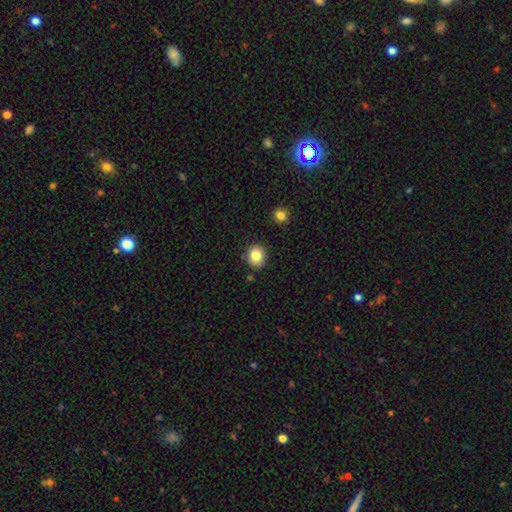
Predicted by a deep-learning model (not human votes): Smooth or featured?
  - smooth: 81% *
  - star or artifact: 10%
  - featured or disk: 9%
How rounded?
  - round: 76% *
  - in between: 23%
  - cigar-shaped: 1%
Merging?
  - none: 88% *
  - minor disturbance: 8%
  - merger: 3%
  - major disturbance: 2%